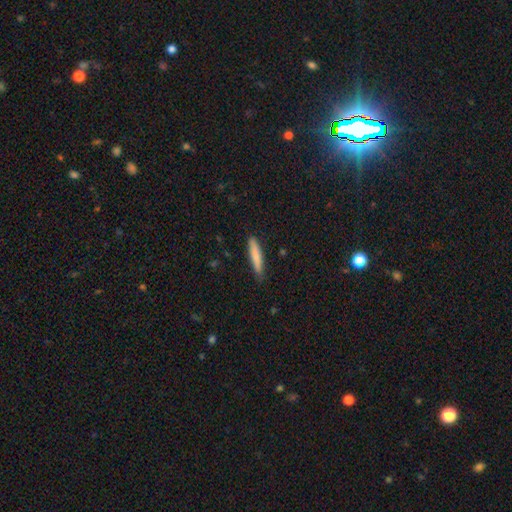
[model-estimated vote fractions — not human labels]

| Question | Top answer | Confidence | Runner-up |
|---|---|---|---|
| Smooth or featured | smooth | 81% | featured or disk (13%) |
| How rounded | cigar-shaped | 87% | in between (11%) |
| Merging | none | 84% | minor disturbance (13%) |